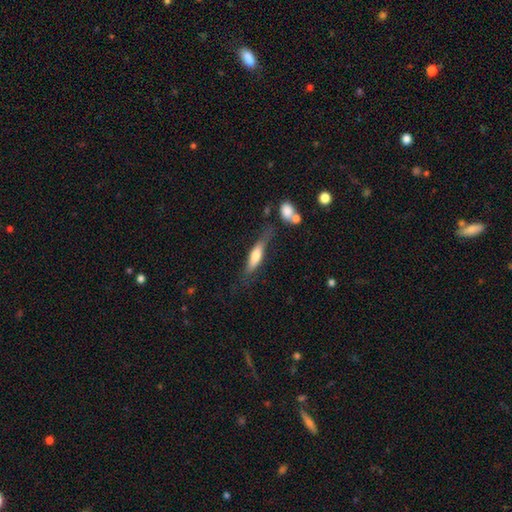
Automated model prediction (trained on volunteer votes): Smooth or featured?
  - smooth: 58% *
  - featured or disk: 36%
  - star or artifact: 6%
How rounded?
  - cigar-shaped: 69% *
  - in between: 29%
  - round: 2%
Merging?
  - none: 58% *
  - minor disturbance: 24%
  - major disturbance: 11%
  - merger: 7%